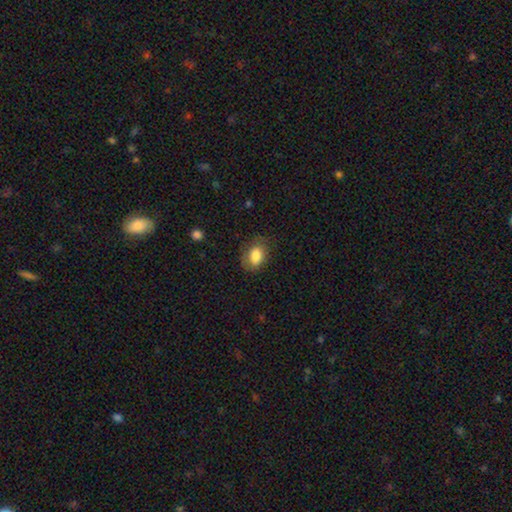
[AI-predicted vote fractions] smooth_or_featured: smooth (p=0.81) [alt: featured or disk p=0.12]
how_rounded: in between (p=0.78) [alt: round p=0.21]
merging: none (p=0.70) [alt: minor disturbance p=0.21]